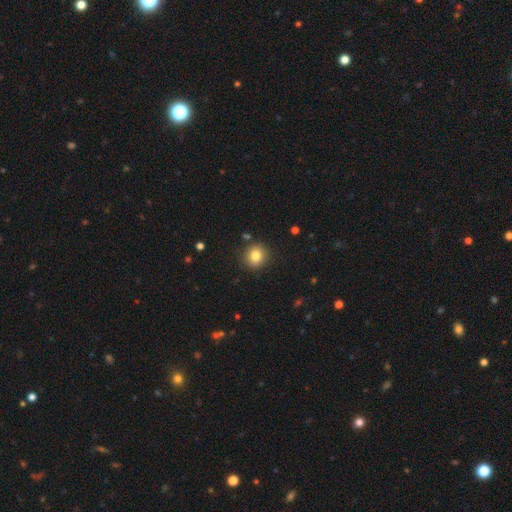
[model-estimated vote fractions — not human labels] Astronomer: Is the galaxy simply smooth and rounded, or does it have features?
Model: smooth — 81%.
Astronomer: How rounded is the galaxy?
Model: round — 86%.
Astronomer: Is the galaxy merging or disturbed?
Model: none — 88%.